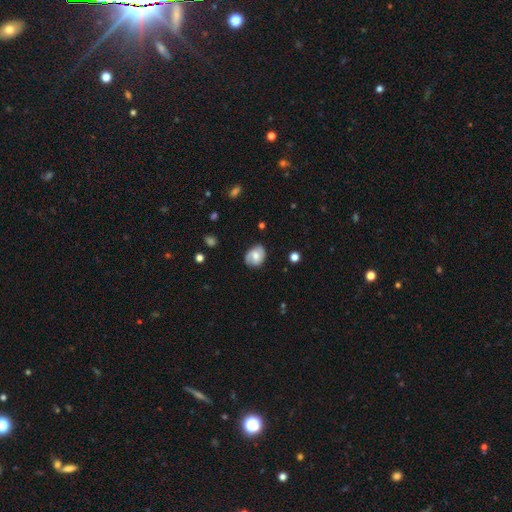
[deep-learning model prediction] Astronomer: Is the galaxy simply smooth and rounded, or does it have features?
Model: smooth — 49% (runner-up: featured or disk, 43%).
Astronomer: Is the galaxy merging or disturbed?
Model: none — 71%.